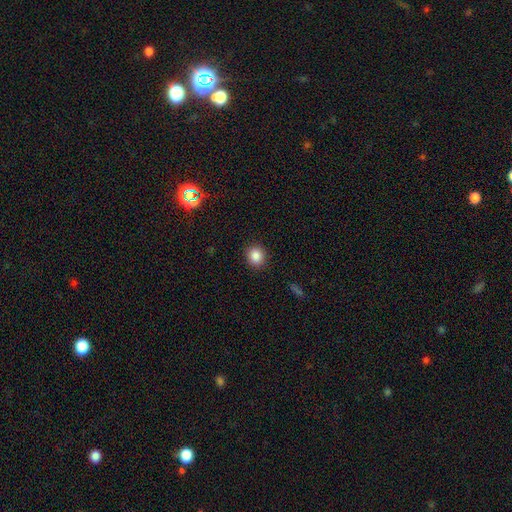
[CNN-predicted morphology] The model was most divided on "how rounded": round: 79%, in between: 20%, cigar-shaped: 1%. More confident: merging — none (90%); smooth or featured — smooth (86%).